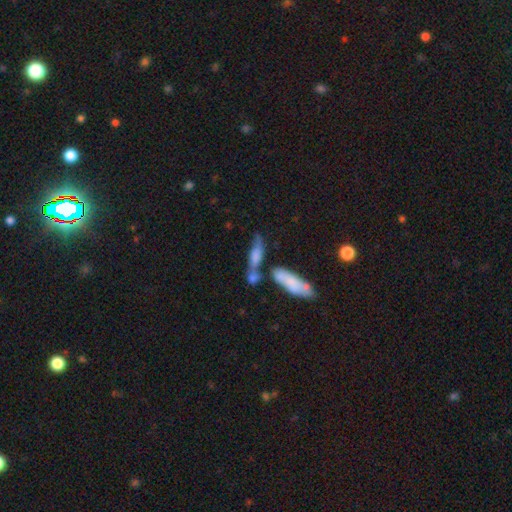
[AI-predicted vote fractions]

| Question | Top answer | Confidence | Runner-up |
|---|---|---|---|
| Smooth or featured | smooth | 55% | featured or disk (36%) |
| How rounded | cigar-shaped | 53% | in between (43%) |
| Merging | merger | 44% | none (32%) |